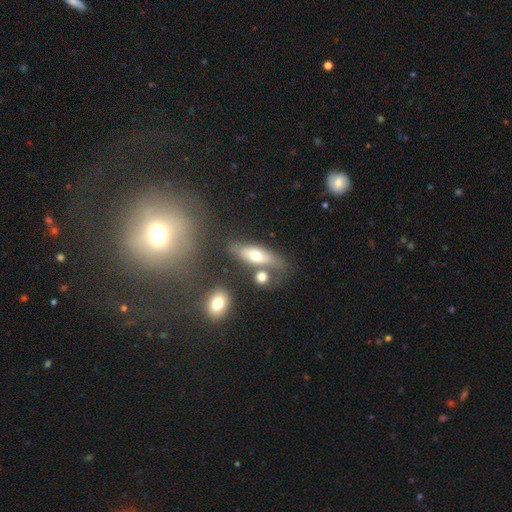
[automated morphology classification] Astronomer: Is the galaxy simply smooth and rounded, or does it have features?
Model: smooth — 56% (runner-up: featured or disk, 35%).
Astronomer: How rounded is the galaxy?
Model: in between — 59% (runner-up: cigar-shaped, 36%).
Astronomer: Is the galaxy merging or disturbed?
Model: none — 60%.